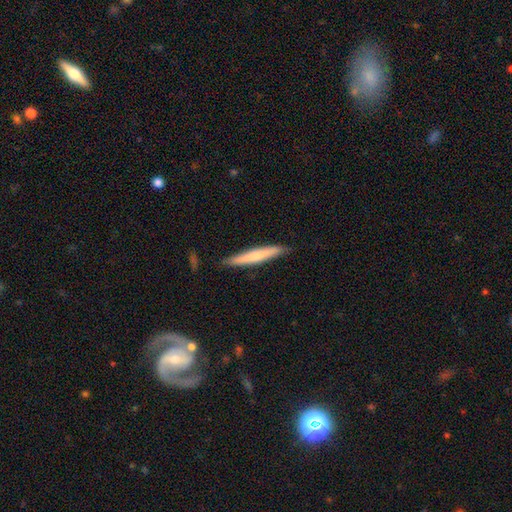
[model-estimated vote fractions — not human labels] A smooth galaxy with no disk features (62%) that is cigar-shaped (94%). Merging: none (88%).